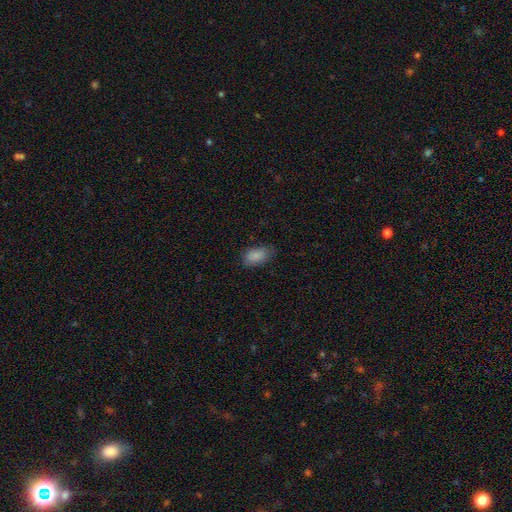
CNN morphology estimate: A smooth galaxy with no disk features (87%) that is in between round and cigar-shaped (93%).

Vote fractions:
- Smooth or featured? smooth: 87% / star or artifact: 7% / featured or disk: 6%
- How rounded? in between: 93% / round: 5% / cigar-shaped: 3%
- Merging? none: 75% / minor disturbance: 20% / major disturbance: 4% / merger: 1%